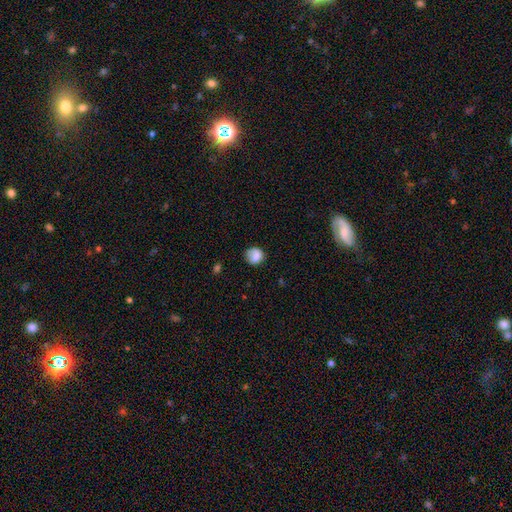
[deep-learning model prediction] A smooth galaxy with no disk features (78%) that is round (80%). Merging: none (63%).